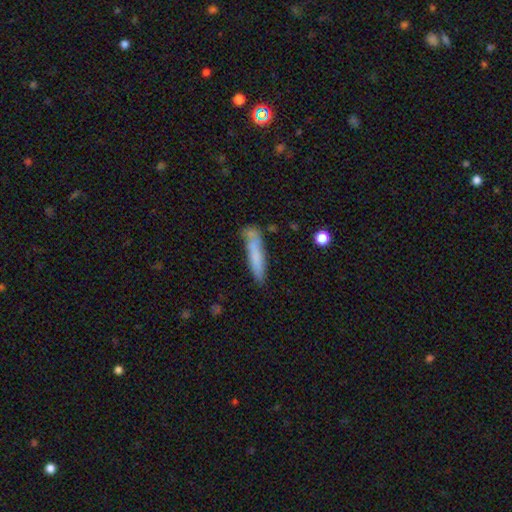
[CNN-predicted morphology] Smooth or featured? Predicted: smooth (p=0.73). How rounded? Predicted: cigar-shaped (p=0.87). Merging? Predicted: none (p=0.62).